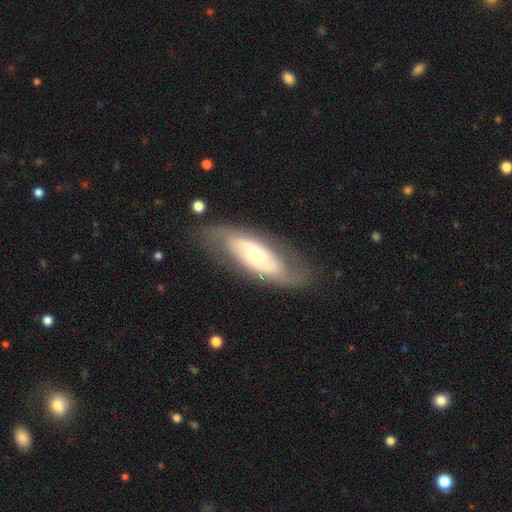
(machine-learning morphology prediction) Smooth or featured? Predicted: featured or disk (p=0.66). Edge-on disk? Predicted: no (p=0.86). Bar? Predicted: no (p=0.73). Spiral arms? Predicted: yes (p=0.63). Bulge size? Predicted: moderate (p=0.58). Merging? Predicted: none (p=0.75).